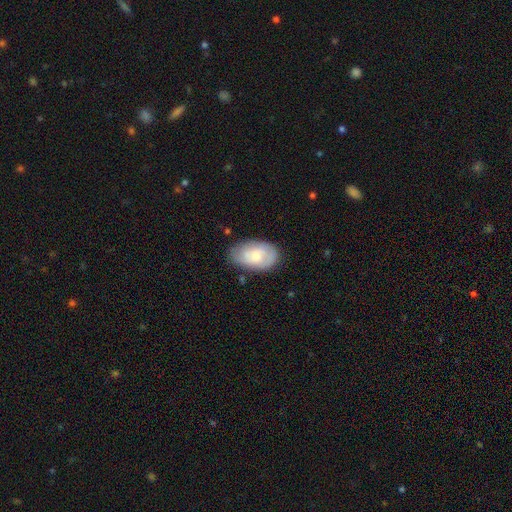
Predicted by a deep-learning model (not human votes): Q: Smooth or featured?
A: smooth (60%); runner-up: featured or disk (33%)
Q: How rounded?
A: in between (92%); runner-up: round (6%)
Q: Merging?
A: none (71%); runner-up: minor disturbance (21%)